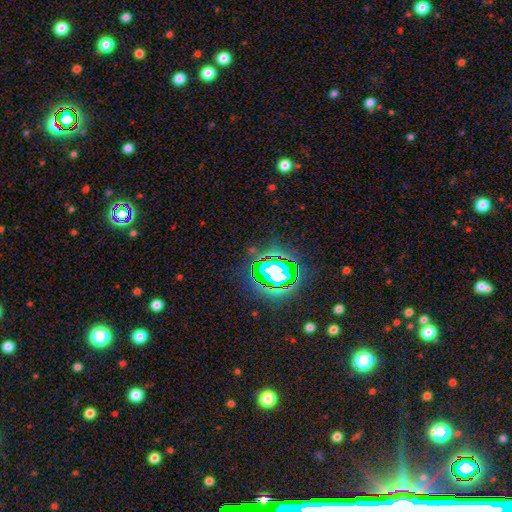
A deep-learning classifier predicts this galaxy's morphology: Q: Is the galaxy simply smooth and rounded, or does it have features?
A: star or artifact — 78%.